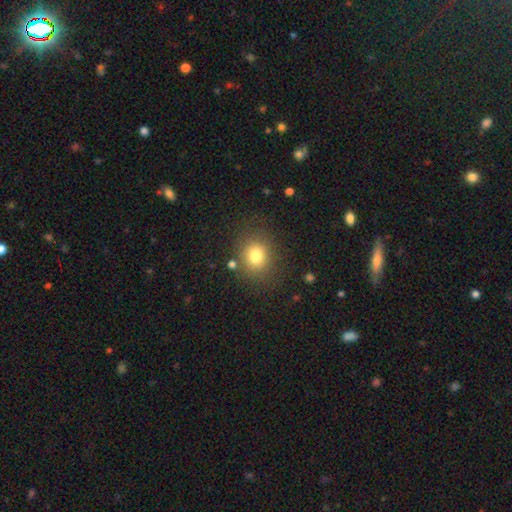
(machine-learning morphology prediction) The model was most divided on "how rounded": round: 75%, in between: 24%, cigar-shaped: 1%. More confident: merging — none (80%); smooth or featured — smooth (77%).